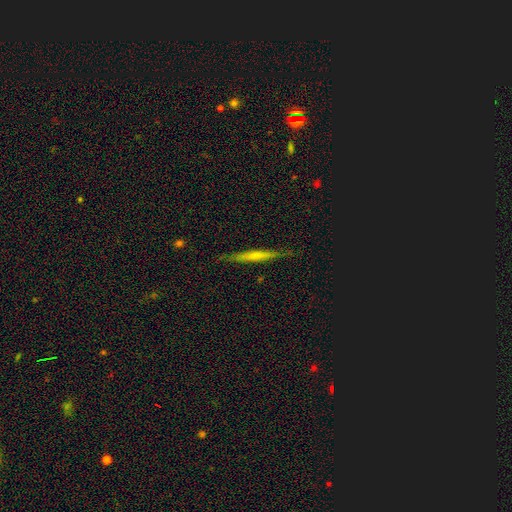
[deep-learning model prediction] Morphology: type=featured or disk (49%); merging=none (86%).